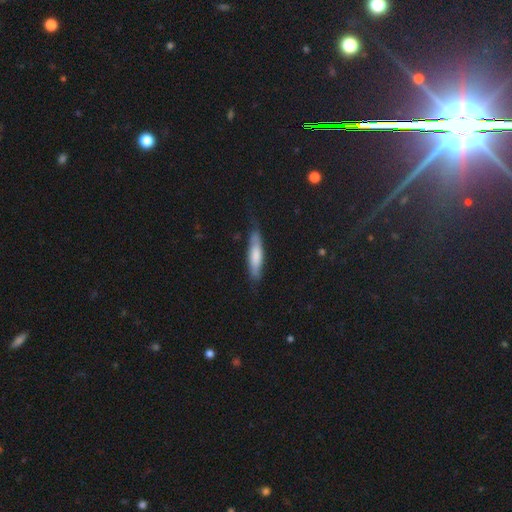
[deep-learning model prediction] smooth_or_featured: smooth (p=0.70) [alt: featured or disk p=0.25]
how_rounded: cigar-shaped (p=0.76) [alt: in between p=0.23]
merging: none (p=0.70) [alt: minor disturbance p=0.23]